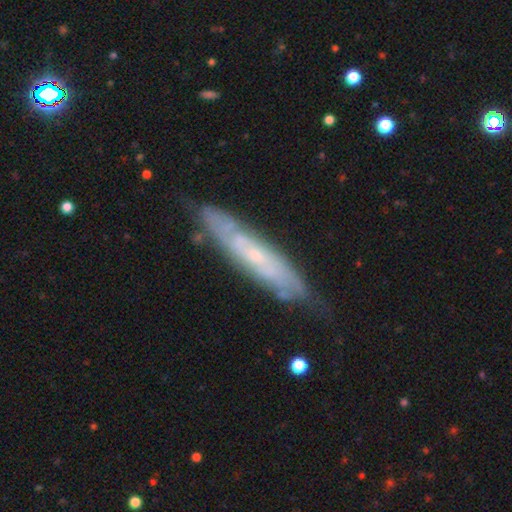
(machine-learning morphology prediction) Smooth or featured? featured or disk (70%)
Edge-on disk? no (56%)
Merging? none (76%)